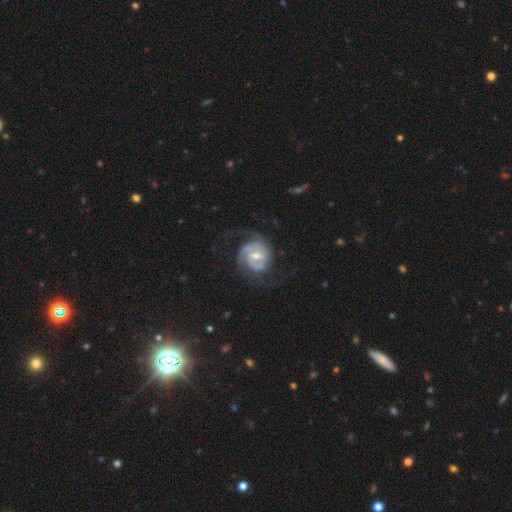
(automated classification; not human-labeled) The model was most divided on "spiral winding": tight: 51%, medium: 37%, loose: 12%. Remaining: edge-on disk — no (98%); spiral arms — yes (97%); smooth or featured — featured or disk (89%); merging — none (61%); bulge size — moderate (58%); bar — weak (50%); spiral arm count — 2 (47%).